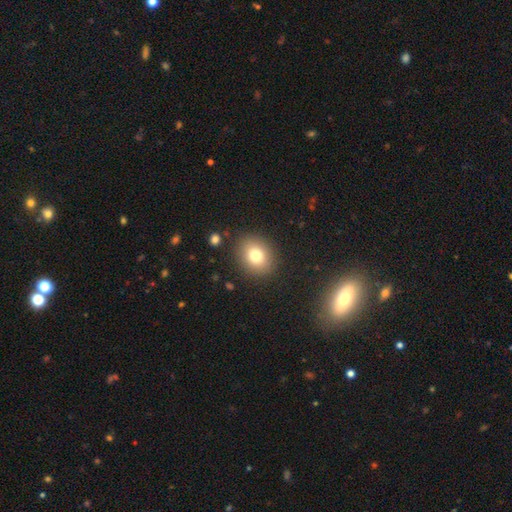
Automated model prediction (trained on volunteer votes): This is likely a smooth galaxy (77%). How rounded: likely round (65%). Merging: clearly none (88%).